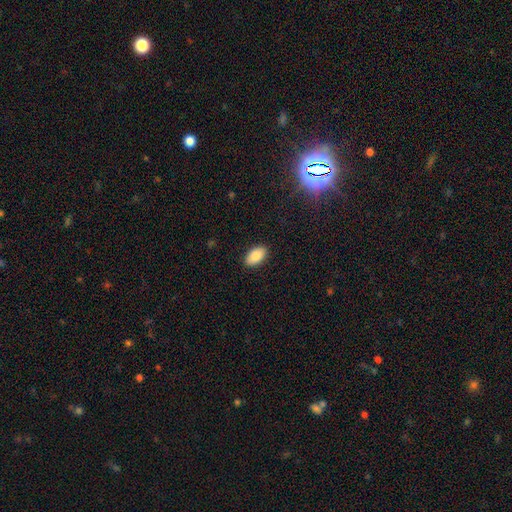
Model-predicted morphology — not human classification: A smooth galaxy with no disk features (87%) that is in between round and cigar-shaped (94%).

Vote fractions:
- Smooth or featured? smooth: 87% / star or artifact: 7% / featured or disk: 6%
- How rounded? in between: 94% / round: 5% / cigar-shaped: 2%
- Merging? none: 89% / minor disturbance: 8% / major disturbance: 2% / merger: 1%